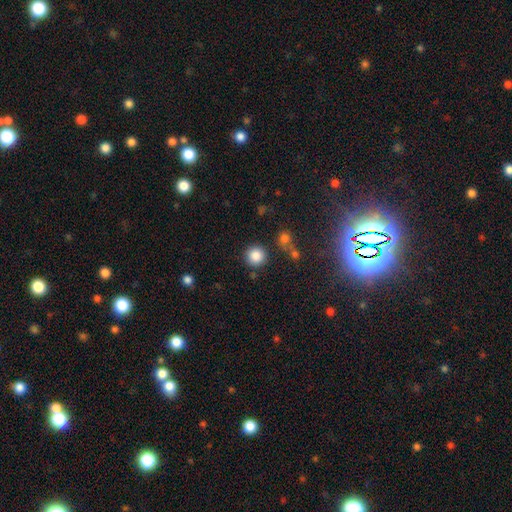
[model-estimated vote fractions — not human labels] Smooth or featured: smooth — 85% (star or artifact — 10%)
How rounded: round — 94% (in between — 5%)
Merging: none — 84% (minor disturbance — 8%)